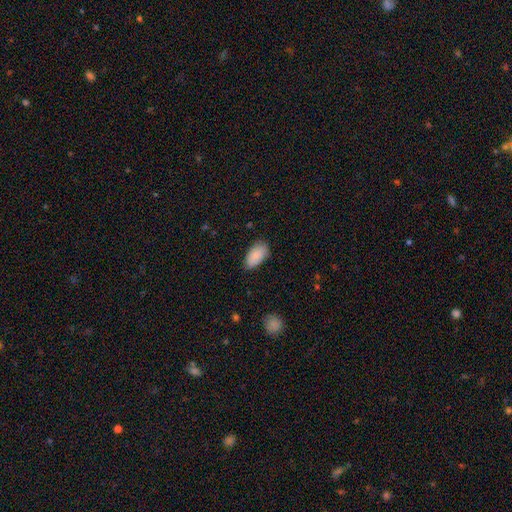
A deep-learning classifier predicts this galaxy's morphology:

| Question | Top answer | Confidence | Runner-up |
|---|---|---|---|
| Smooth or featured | smooth | 87% | star or artifact (7%) |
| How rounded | in between | 95% | round (3%) |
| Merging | none | 76% | minor disturbance (19%) |